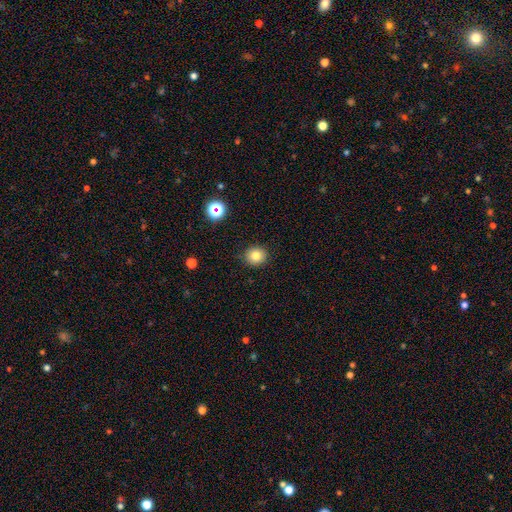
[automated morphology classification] A smooth galaxy with no disk features (80%) that is round (87%).

Vote fractions:
- Smooth or featured? smooth: 80% / star or artifact: 12% / featured or disk: 7%
- How rounded? round: 87% / in between: 12% / cigar-shaped: 1%
- Merging? none: 89% / minor disturbance: 7% / major disturbance: 2% / merger: 1%